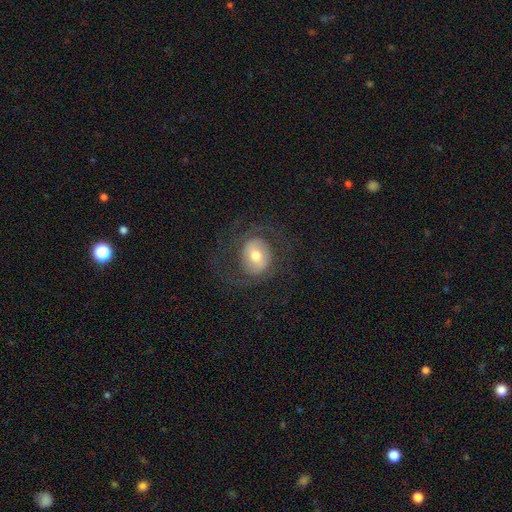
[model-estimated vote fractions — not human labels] Smooth or featured: featured or disk — 49% (smooth — 43%)
Merging: none — 71% (major disturbance — 16%)